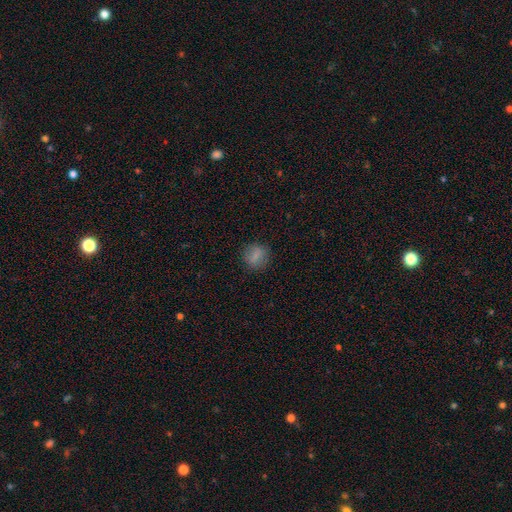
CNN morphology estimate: This appears to be a smooth galaxy with no disk features (79%) that is round (78%). Merging: none (84%).